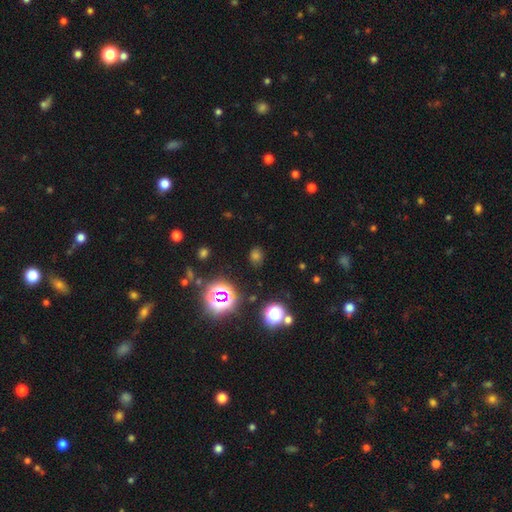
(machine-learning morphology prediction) This is possibly a smooth galaxy (50%). Merging: clearly none (82%).